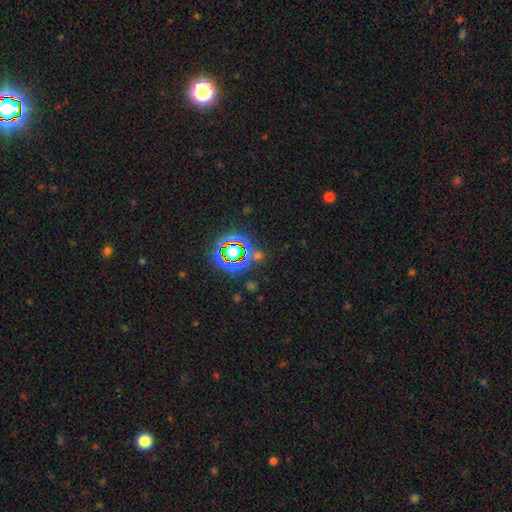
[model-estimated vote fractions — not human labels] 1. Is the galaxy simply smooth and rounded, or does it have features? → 74% star or artifact, 17% smooth, 9% featured or disk.